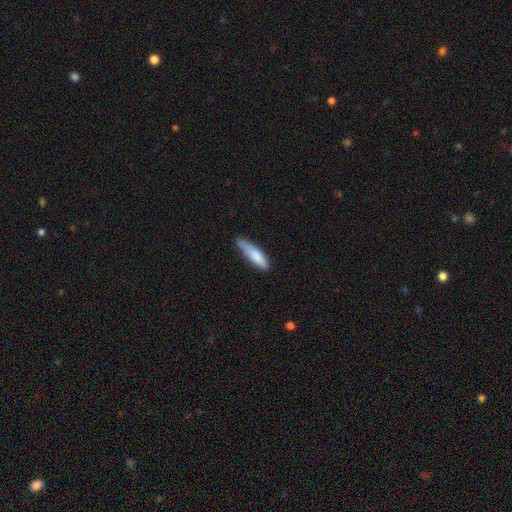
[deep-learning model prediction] This is clearly a smooth galaxy (81%). How rounded: likely cigar-shaped (70%). Merging: possibly none (51%).